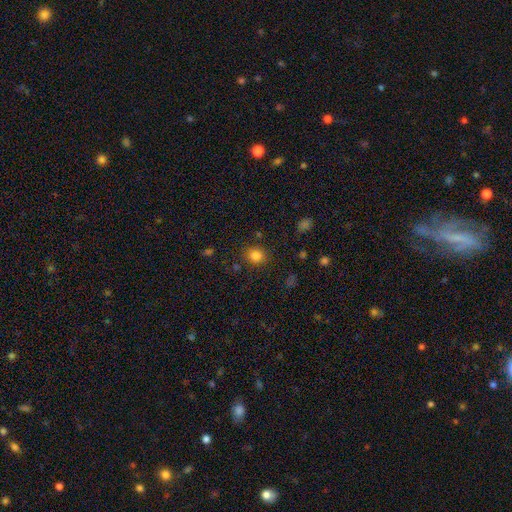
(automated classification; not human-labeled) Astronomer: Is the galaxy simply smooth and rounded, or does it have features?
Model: smooth — 82%.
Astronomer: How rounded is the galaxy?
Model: round — 81%.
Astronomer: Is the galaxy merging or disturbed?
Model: none — 84%.